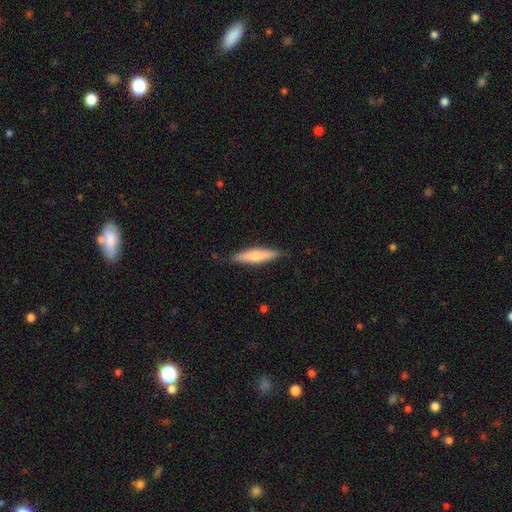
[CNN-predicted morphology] A smooth galaxy with no disk features (68%) that is cigar-shaped (80%). Merging: none (85%).